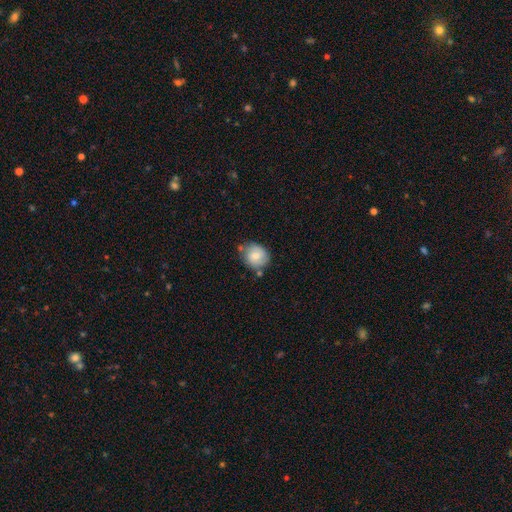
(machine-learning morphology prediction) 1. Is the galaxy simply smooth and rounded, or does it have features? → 71% smooth, 21% featured or disk, 8% star or artifact.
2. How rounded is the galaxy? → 71% round, 28% in between, 1% cigar-shaped.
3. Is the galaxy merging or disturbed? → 65% none, 21% minor disturbance, 10% merger, 4% major disturbance.